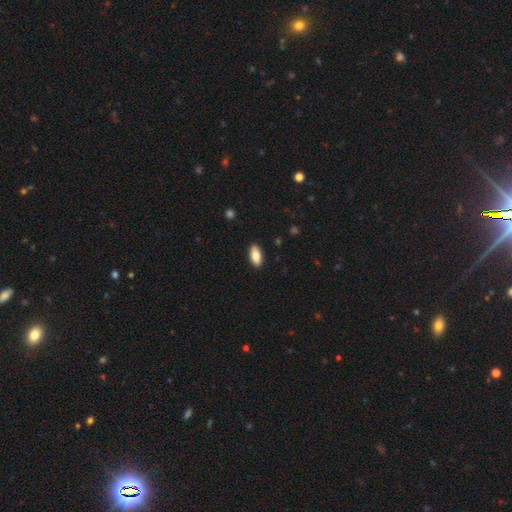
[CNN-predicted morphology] This is clearly a smooth galaxy (85%). How rounded: clearly in between (90%). Merging: clearly none (90%).